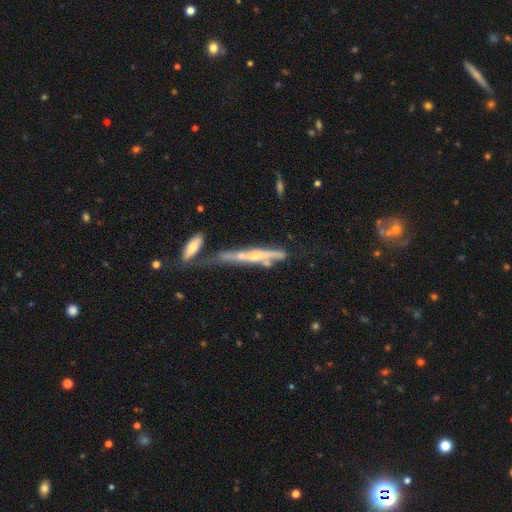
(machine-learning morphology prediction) Smooth or featured: featured or disk — 71% (smooth — 19%)
Edge-on disk: yes — 84% (no — 16%)
Edge-on bulge: rounded — 74% (none — 18%)
Merging: none — 47% (merger — 29%)